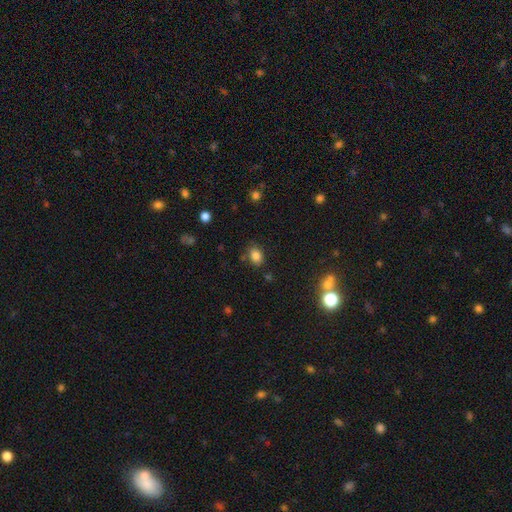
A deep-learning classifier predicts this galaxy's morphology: The model was most divided on "how rounded": in between: 65%, round: 34%, cigar-shaped: 1%. More confident: smooth or featured — smooth (83%); merging — none (78%).